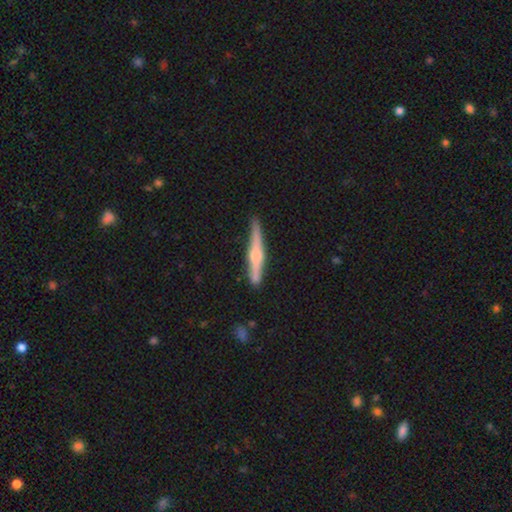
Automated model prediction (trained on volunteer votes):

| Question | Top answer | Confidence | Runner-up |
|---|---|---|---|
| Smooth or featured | featured or disk | 67% | smooth (27%) |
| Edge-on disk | yes | 98% | no (2%) |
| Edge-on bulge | rounded | 85% | boxy (9%) |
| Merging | none | 86% | minor disturbance (10%) |